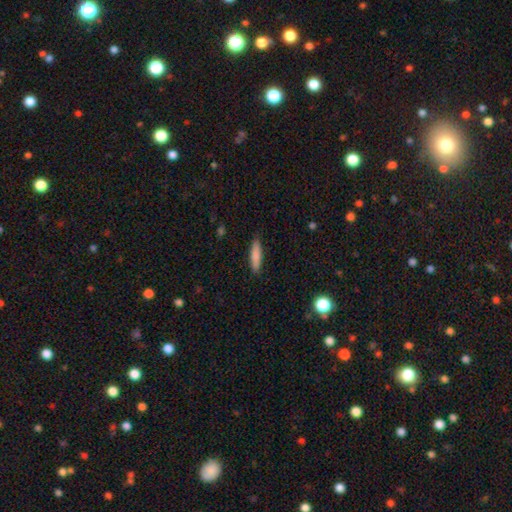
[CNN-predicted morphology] A smooth galaxy with no disk features (83%) that is cigar-shaped (81%).

Vote fractions:
- Smooth or featured? smooth: 83% / featured or disk: 11% / star or artifact: 6%
- How rounded? cigar-shaped: 81% / in between: 18% / round: 1%
- Merging? none: 87% / minor disturbance: 9% / major disturbance: 2% / merger: 1%